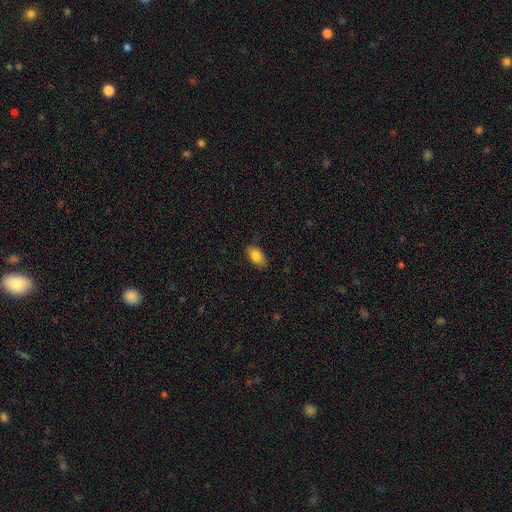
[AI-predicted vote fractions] smooth-or-featured: smooth: 84% | featured or disk: 9% | star or artifact: 7%
  how-rounded: in between: 92% | round: 6% | cigar-shaped: 2%
  merging: none: 85% | minor disturbance: 12% | major disturbance: 2% | merger: 1%